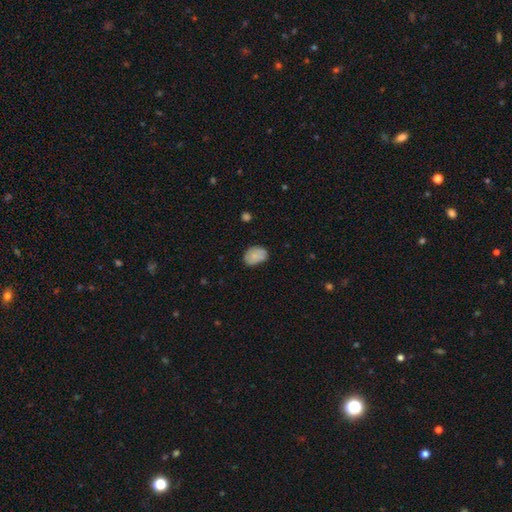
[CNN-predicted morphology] Smooth or featured: smooth — 78% (featured or disk — 14%)
How rounded: in between — 75% (round — 24%)
Merging: none — 63% (minor disturbance — 29%)